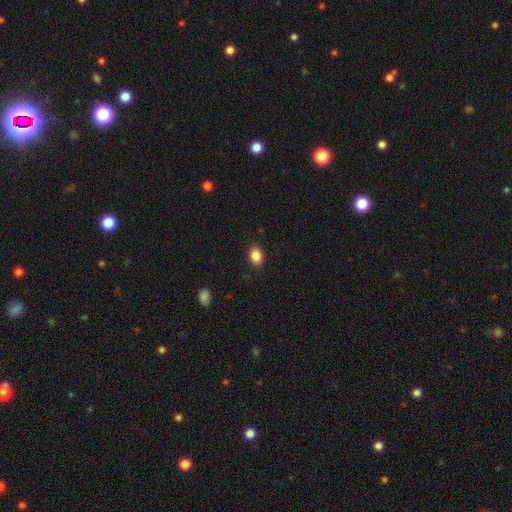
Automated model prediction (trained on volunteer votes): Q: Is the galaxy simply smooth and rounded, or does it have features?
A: smooth — 86%.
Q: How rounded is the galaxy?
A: in between — 72%.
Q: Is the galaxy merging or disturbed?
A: none — 87%.